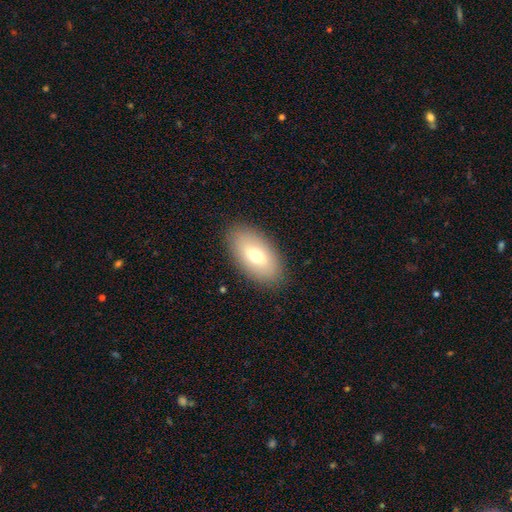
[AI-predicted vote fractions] Q: Smooth or featured?
A: smooth (68%); runner-up: featured or disk (25%)
Q: How rounded?
A: in between (93%); runner-up: round (4%)
Q: Merging?
A: none (88%); runner-up: minor disturbance (9%)